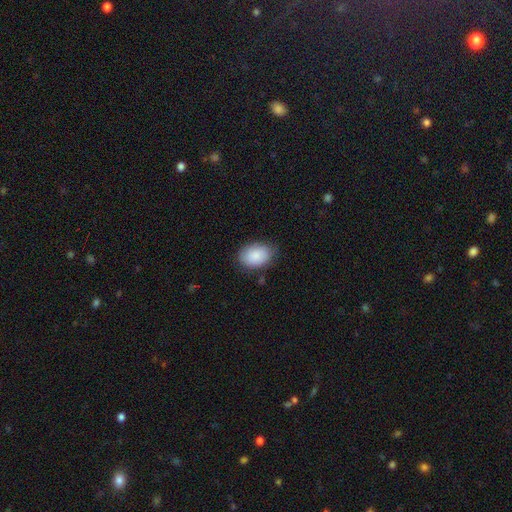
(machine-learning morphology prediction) A smooth galaxy with no disk features (86%) that is in between round and cigar-shaped (83%).

Vote fractions:
- Smooth or featured? smooth: 86% / featured or disk: 7% / star or artifact: 7%
- How rounded? in between: 83% / round: 16% / cigar-shaped: 1%
- Merging? none: 78% / minor disturbance: 17% / major disturbance: 4% / merger: 1%